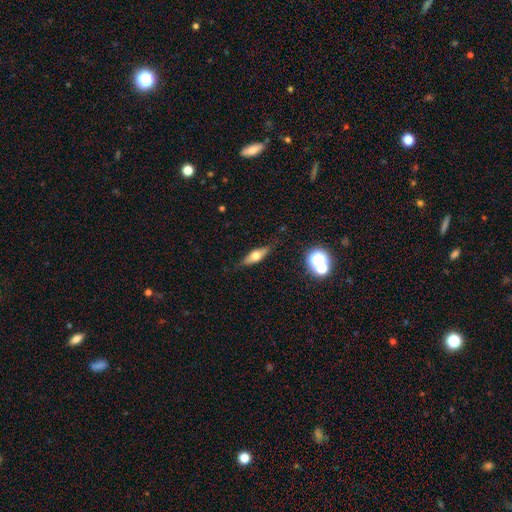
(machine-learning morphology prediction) Smooth or featured? Predicted: smooth (p=0.49). Merging? Predicted: none (p=0.81).